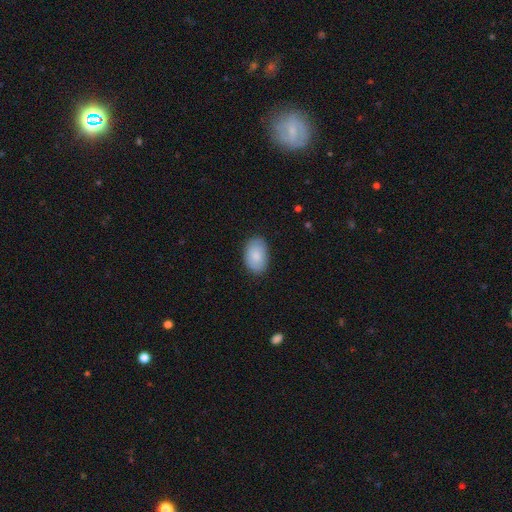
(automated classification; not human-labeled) The model was most divided on "merging": none: 84%, minor disturbance: 12%, major disturbance: 2%, merger: 1%. More confident: how rounded — in between (90%); smooth or featured — smooth (85%).